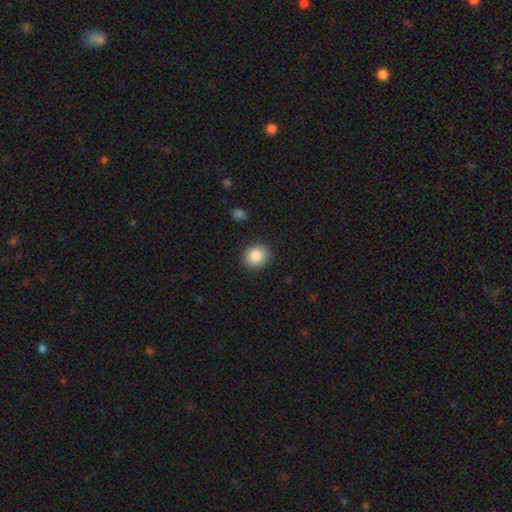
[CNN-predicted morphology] type=smooth (88%); roundness=round (74%); merging=none (89%).